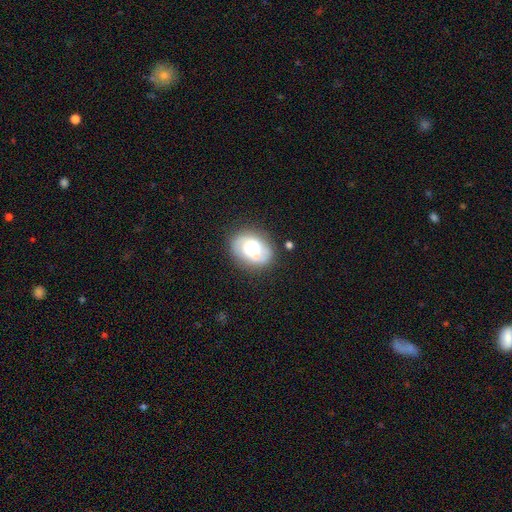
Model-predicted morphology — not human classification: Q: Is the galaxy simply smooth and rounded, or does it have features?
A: smooth — 48%.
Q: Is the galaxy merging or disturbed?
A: none — 67%.